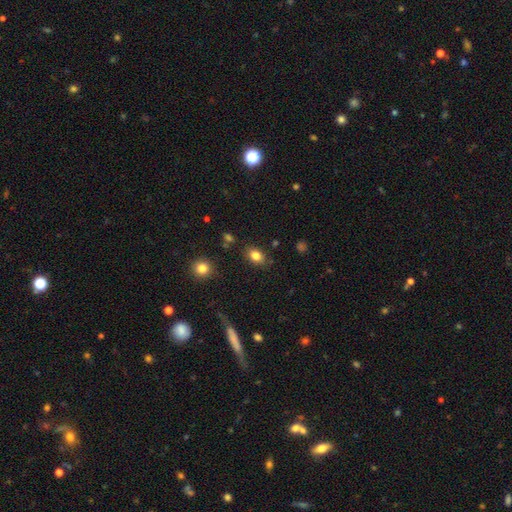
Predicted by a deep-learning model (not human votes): smooth_or_featured: smooth (p=0.83) [alt: star or artifact p=0.10]
how_rounded: in between (p=0.76) [alt: round p=0.23]
merging: none (p=0.83) [alt: minor disturbance p=0.12]